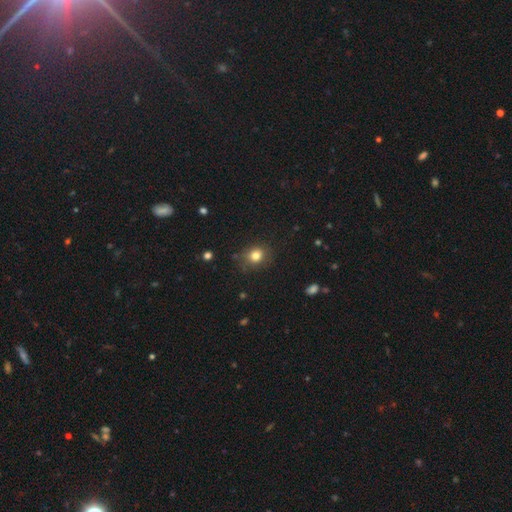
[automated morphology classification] type=smooth (81%); roundness=round (68%); merging=none (79%).